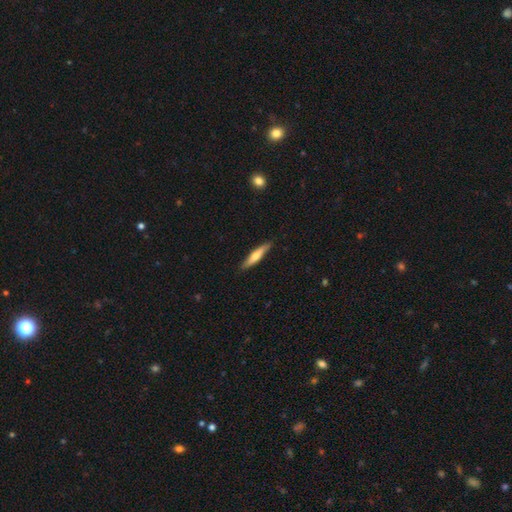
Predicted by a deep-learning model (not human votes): Morphology: type=smooth (57%); roundness=cigar-shaped (86%); merging=none (87%).